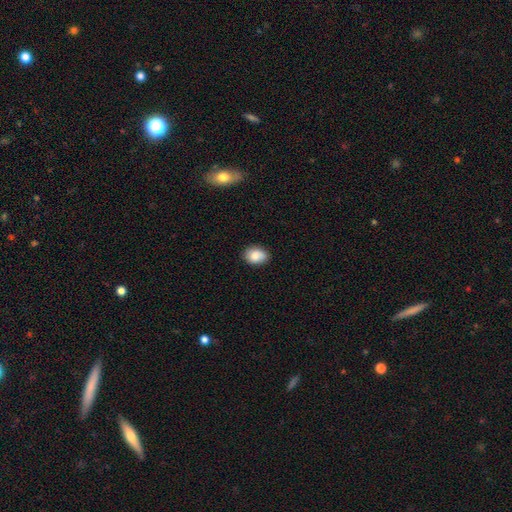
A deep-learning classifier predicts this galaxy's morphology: Smooth or featured: smooth — 84% (featured or disk — 9%)
How rounded: in between — 70% (round — 29%)
Merging: none — 80% (minor disturbance — 16%)